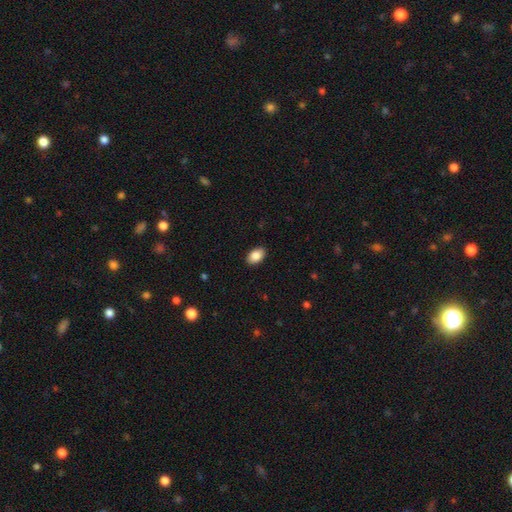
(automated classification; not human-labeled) This is clearly a smooth galaxy (86%). How rounded: clearly in between (90%). Merging: clearly none (90%).